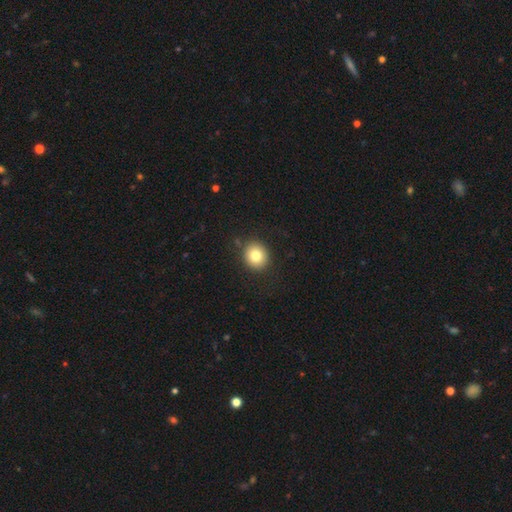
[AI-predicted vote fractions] Morphology: type=smooth (81%); roundness=round (83%); merging=none (88%).